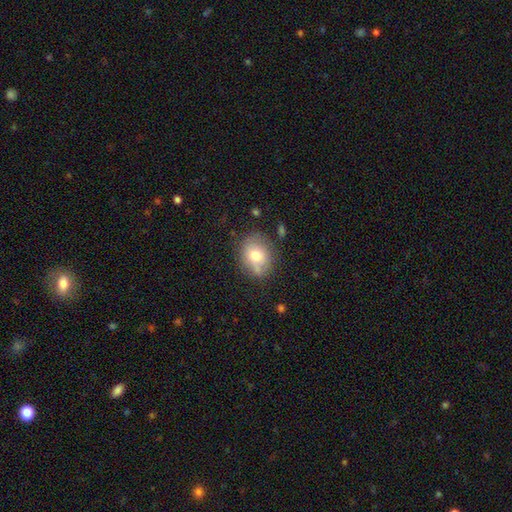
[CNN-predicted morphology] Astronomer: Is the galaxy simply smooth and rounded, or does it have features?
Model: smooth — 72%.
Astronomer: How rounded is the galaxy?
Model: round — 53% (runner-up: in between, 46%).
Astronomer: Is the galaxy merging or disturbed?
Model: none — 69%.